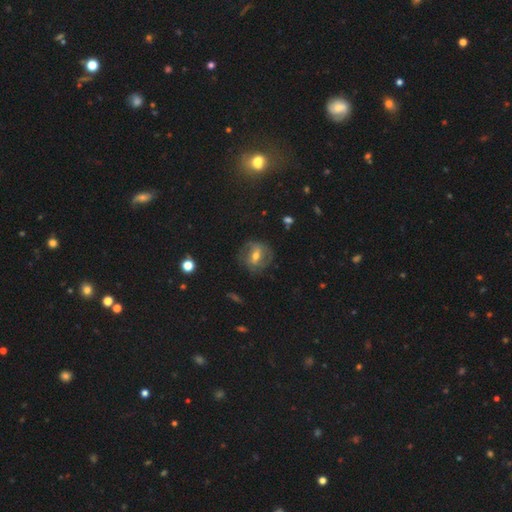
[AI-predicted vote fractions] smooth-or-featured: featured or disk: 59% | smooth: 31% | star or artifact: 10%
  disk-edge-on: no: 92% | yes: 8%
    bar: weak: 43% | strong: 33% | no: 23%
    has-spiral-arms: yes: 63% | no: 37%
    bulge-size: moderate: 67% | small: 26% | large: 5% | none: 1% | dominant: 1%
  merging: none: 70% | minor disturbance: 19% | major disturbance: 10% | merger: 2%